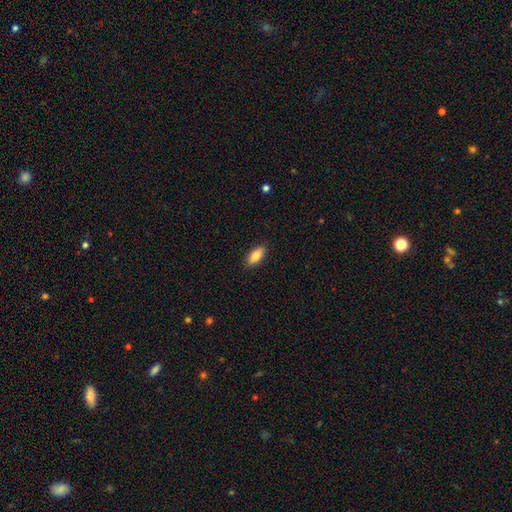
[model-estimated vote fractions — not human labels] Smooth or featured? Predicted: smooth (p=0.82). How rounded? Predicted: in between (p=0.82). Merging? Predicted: none (p=0.87).